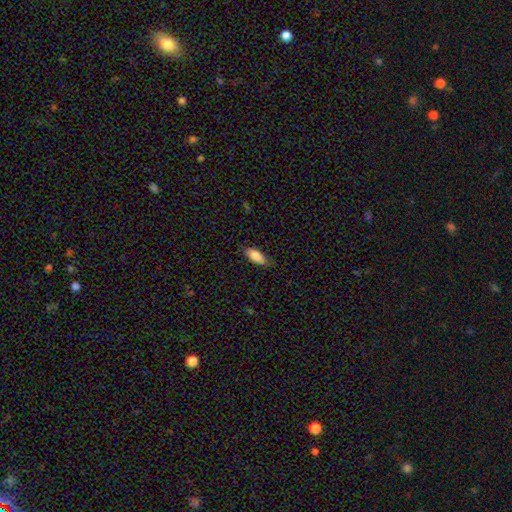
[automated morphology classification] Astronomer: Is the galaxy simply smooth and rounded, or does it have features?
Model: smooth — 85%.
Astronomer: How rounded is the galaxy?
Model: in between — 83%.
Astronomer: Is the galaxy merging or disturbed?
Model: none — 77%.